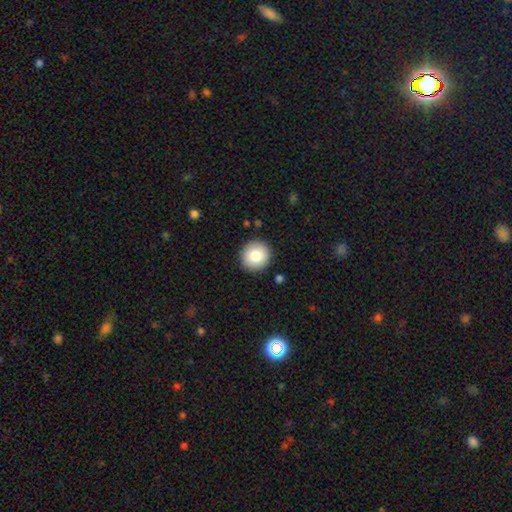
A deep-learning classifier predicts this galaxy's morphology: The model was most divided on "smooth or featured": smooth: 83%, featured or disk: 9%, star or artifact: 8%. More confident: how rounded — round (92%); merging — none (91%).